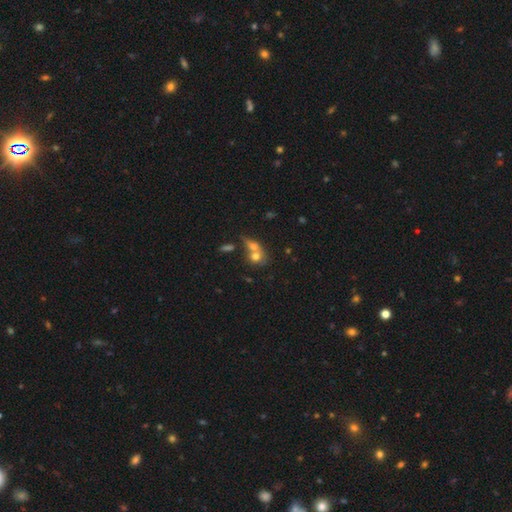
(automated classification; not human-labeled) Morphology: type=smooth (70%); roundness=round (60%); merging=merger (62%).